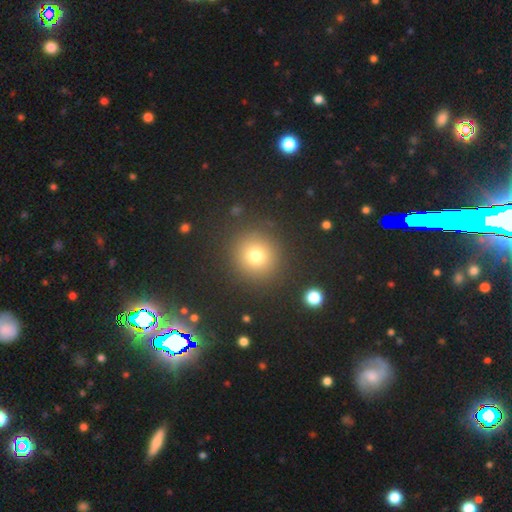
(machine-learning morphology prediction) Q: Smooth or featured?
A: smooth (75%); runner-up: star or artifact (17%)
Q: How rounded?
A: round (92%); runner-up: in between (7%)
Q: Merging?
A: none (89%); runner-up: minor disturbance (6%)